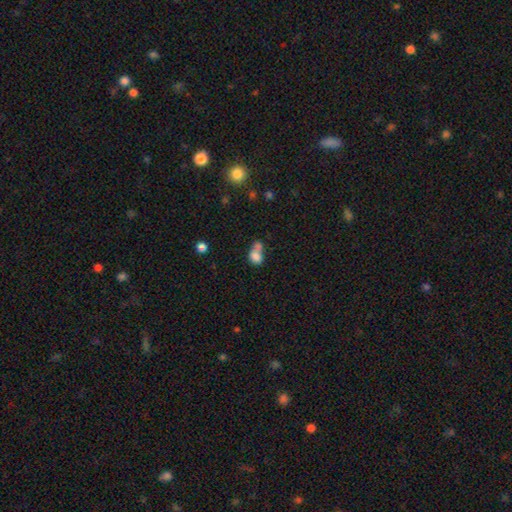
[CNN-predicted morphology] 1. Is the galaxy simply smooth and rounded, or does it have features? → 77% smooth, 12% featured or disk, 10% star or artifact.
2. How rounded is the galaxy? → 60% in between, 38% round, 2% cigar-shaped.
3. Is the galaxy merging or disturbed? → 65% merger, 21% none, 8% minor disturbance, 6% major disturbance.